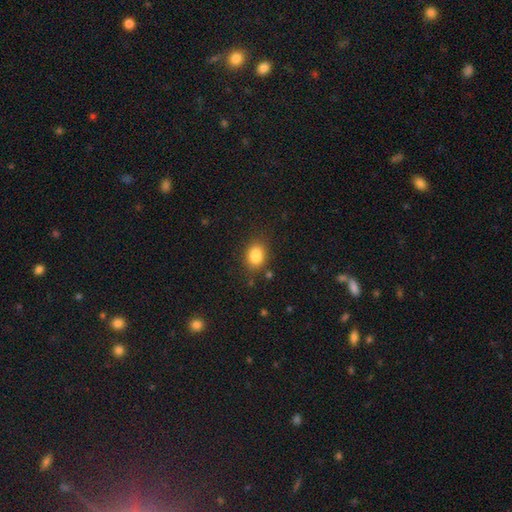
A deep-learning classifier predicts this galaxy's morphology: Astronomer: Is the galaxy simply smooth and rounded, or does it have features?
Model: smooth — 83%.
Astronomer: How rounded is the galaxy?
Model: in between — 65%.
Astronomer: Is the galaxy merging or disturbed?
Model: none — 67%.